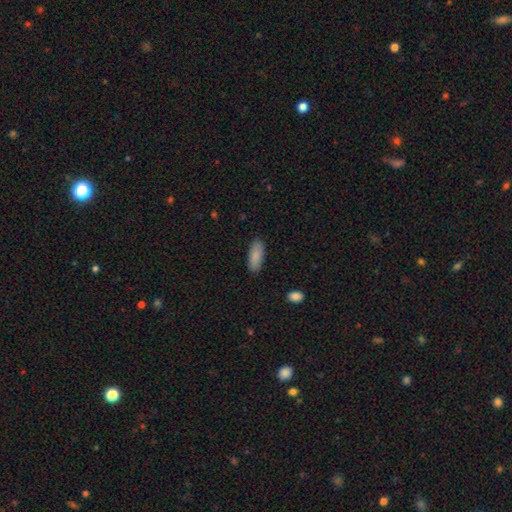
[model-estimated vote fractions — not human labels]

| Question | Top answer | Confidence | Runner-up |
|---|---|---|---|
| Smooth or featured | smooth | 87% | featured or disk (6%) |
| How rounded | in between | 76% | cigar-shaped (22%) |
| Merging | none | 87% | minor disturbance (10%) |